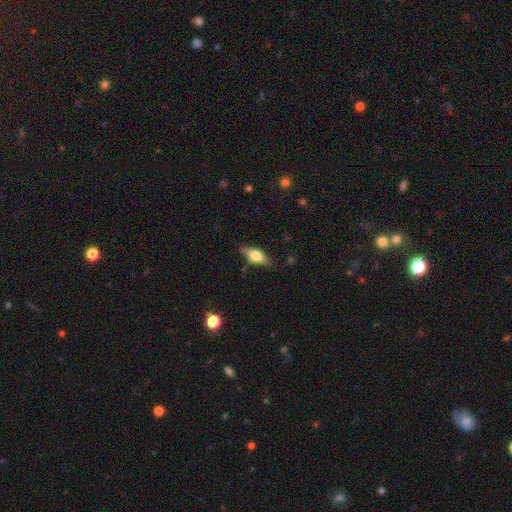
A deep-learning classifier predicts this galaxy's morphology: This is possibly a smooth galaxy (56%). How rounded: likely in between (72%). Merging: likely none (79%).